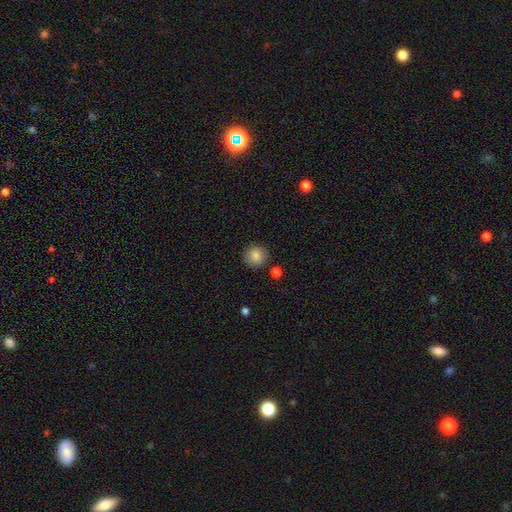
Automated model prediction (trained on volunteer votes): Smooth or featured? smooth (86%)
How rounded? round (93%)
Merging? none (88%)